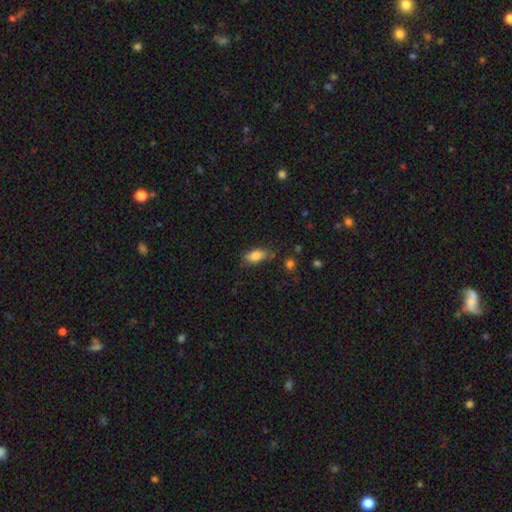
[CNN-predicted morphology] Overall: smooth (82%). How rounded: in between (87%). Merging: none (69%).